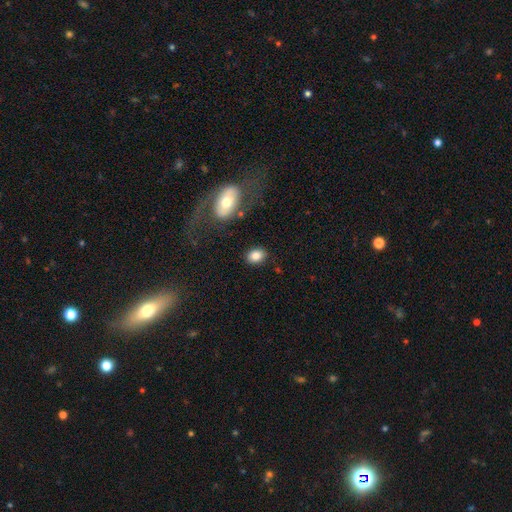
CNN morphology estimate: Smooth or featured? Predicted: smooth (p=0.82). How rounded? Predicted: in between (p=0.70). Merging? Predicted: none (p=0.84).